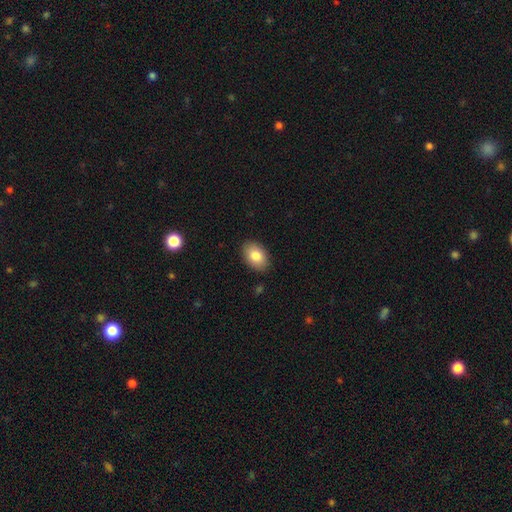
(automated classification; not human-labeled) A smooth galaxy with no disk features (83%) that is in between round and cigar-shaped (86%).

Vote fractions:
- Smooth or featured? smooth: 83% / featured or disk: 9% / star or artifact: 7%
- How rounded? in between: 86% / round: 13% / cigar-shaped: 1%
- Merging? none: 88% / minor disturbance: 9% / major disturbance: 2% / merger: 1%